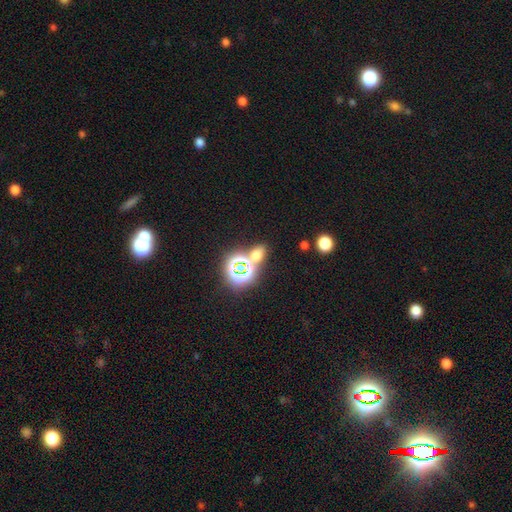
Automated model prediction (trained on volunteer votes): Morphology: type=smooth (49%); merging=none (65%).